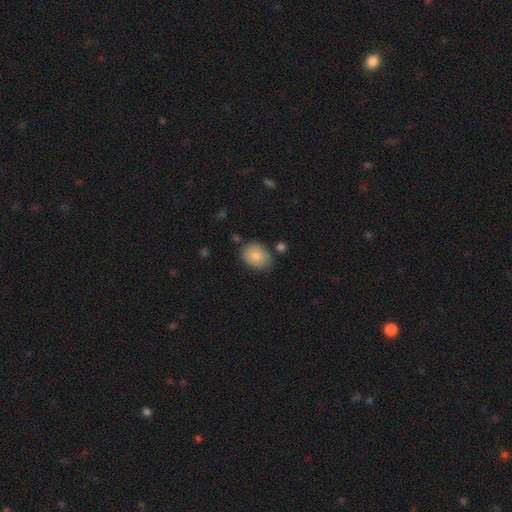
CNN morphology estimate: smooth_or_featured: smooth (p=0.84) [alt: featured or disk p=0.09]
how_rounded: in between (p=0.68) [alt: round p=0.31]
merging: none (p=0.72) [alt: minor disturbance p=0.19]